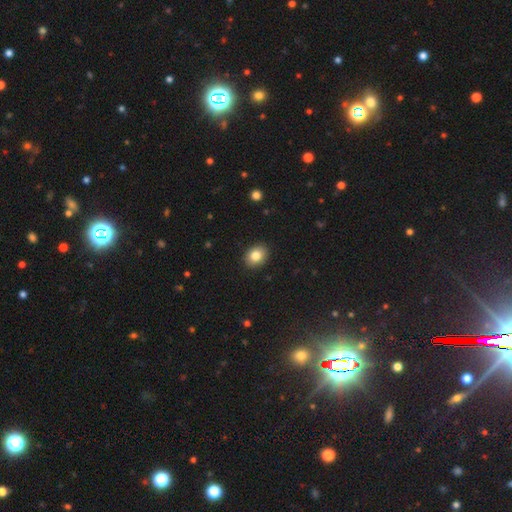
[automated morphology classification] Overall: smooth (83%). How rounded: in between (53%; round 46%). Merging: none (90%).